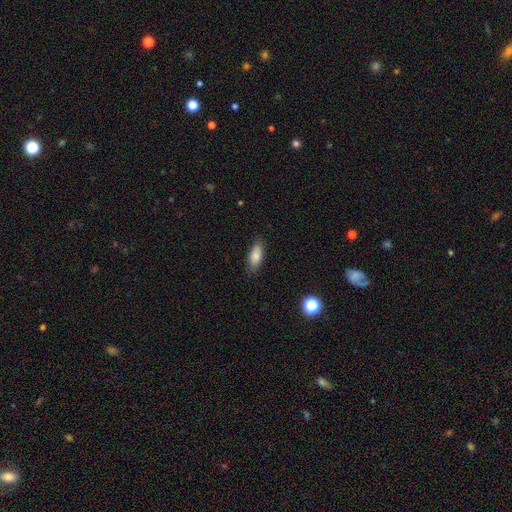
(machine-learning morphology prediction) smooth 83%, featured or disk 10%, star or artifact 7%. Down the decision tree: how rounded — in between (75%); merging — none (84%).